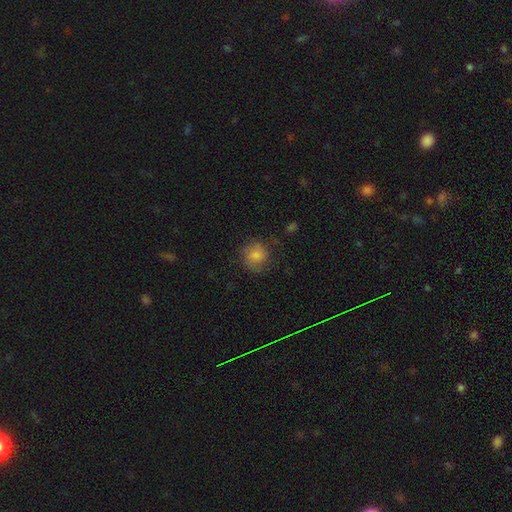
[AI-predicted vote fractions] Morphology: type=smooth (71%); roundness=round (84%); merging=none (69%).